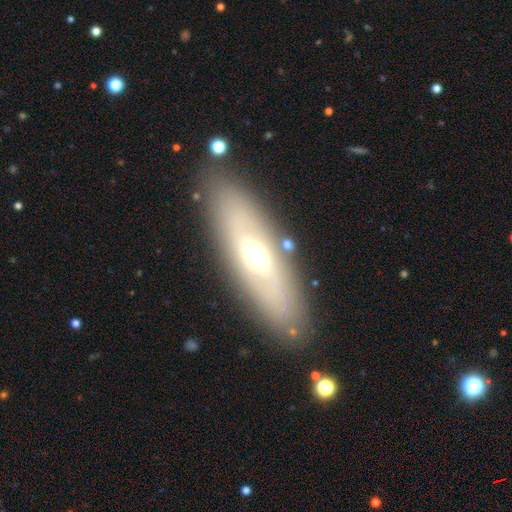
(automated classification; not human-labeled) Smooth or featured: featured or disk — 52% (smooth — 41%)
Edge-on disk: no — 62% (yes — 38%)
Merging: none — 84% (minor disturbance — 10%)